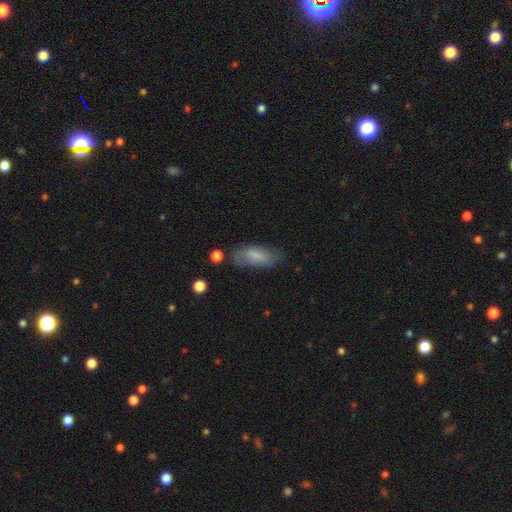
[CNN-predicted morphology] The model was most divided on "merging": none: 65%, minor disturbance: 24%, major disturbance: 8%, merger: 3%. More confident: how rounded — in between (78%); smooth or featured — smooth (75%).